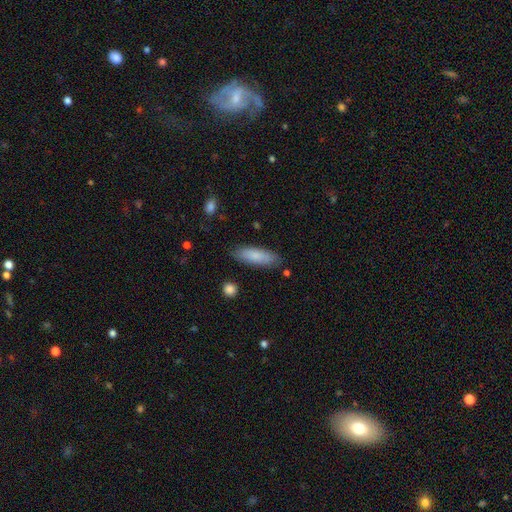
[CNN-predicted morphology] type=smooth (84%); roundness=in between (52%); merging=none (85%).